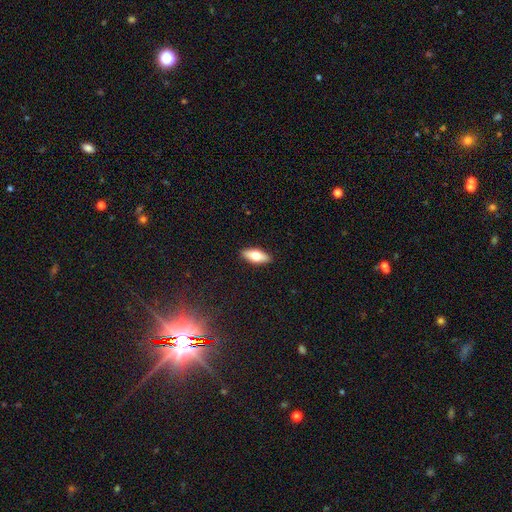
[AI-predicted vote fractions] Morphology: type=smooth (66%); roundness=in between (77%); merging=none (90%).